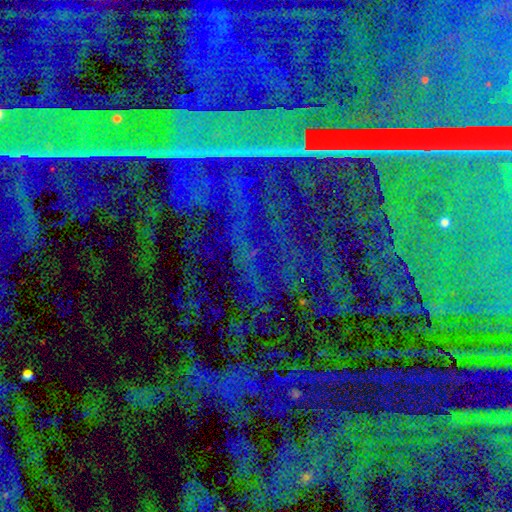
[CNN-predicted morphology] This appears to be a star or artifact, not a galaxy (87%).